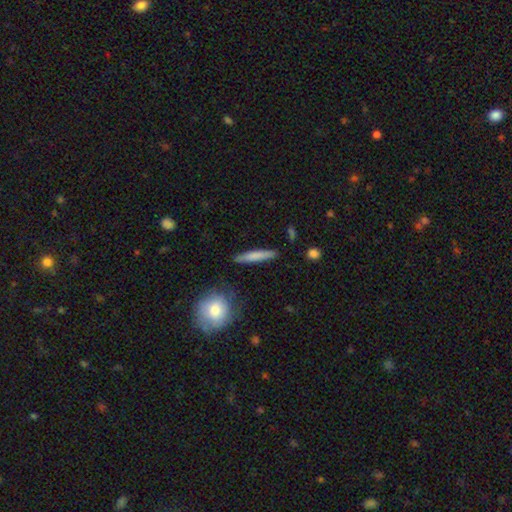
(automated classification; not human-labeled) smooth-or-featured: smooth: 73% | featured or disk: 21% | star or artifact: 5%
  how-rounded: cigar-shaped: 92% | in between: 6% | round: 2%
  merging: none: 86% | minor disturbance: 9% | merger: 2% | major disturbance: 2%